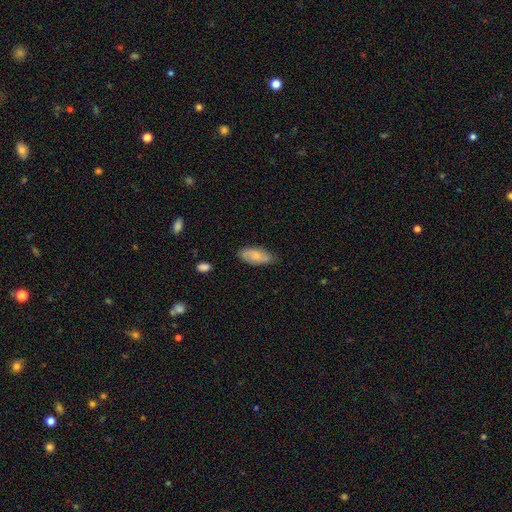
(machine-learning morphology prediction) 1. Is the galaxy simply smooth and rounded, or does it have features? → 69% smooth, 25% featured or disk, 6% star or artifact.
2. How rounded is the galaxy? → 87% in between, 10% cigar-shaped, 2% round.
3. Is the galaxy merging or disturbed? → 78% none, 18% minor disturbance, 3% major disturbance, 1% merger.